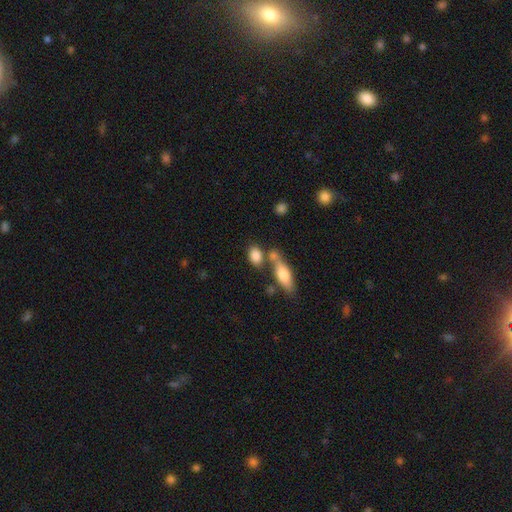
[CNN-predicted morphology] This is clearly a smooth galaxy (83%). How rounded: likely in between (78%). Merging: possibly none (51%).